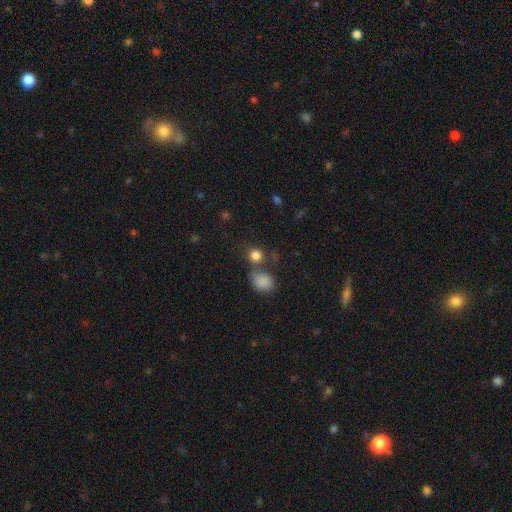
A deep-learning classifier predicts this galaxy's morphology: type=smooth (83%); roundness=round (83%); merging=none (58%).